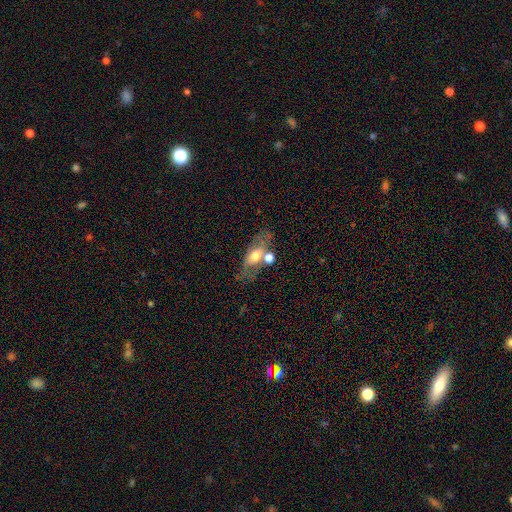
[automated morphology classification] Smooth or featured: featured or disk — 46% (smooth — 45%)
Merging: none — 49% (merger — 25%)